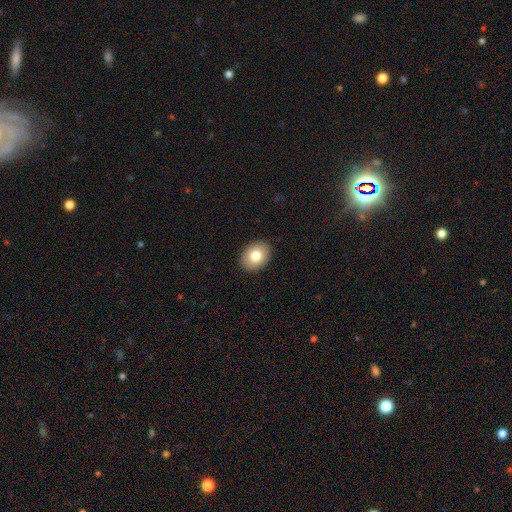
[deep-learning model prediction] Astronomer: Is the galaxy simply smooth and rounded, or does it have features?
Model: smooth — 80%.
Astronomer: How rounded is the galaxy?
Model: in between — 62%.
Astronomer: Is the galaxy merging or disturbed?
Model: none — 91%.